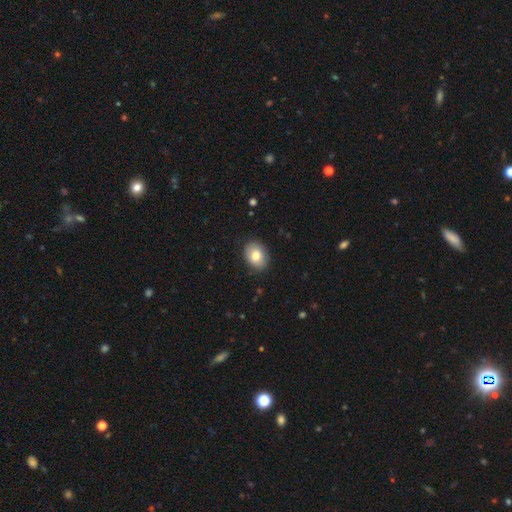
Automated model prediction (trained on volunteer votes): A smooth galaxy with no disk features (79%) that is in between round and cigar-shaped (67%). Merging: none (86%).